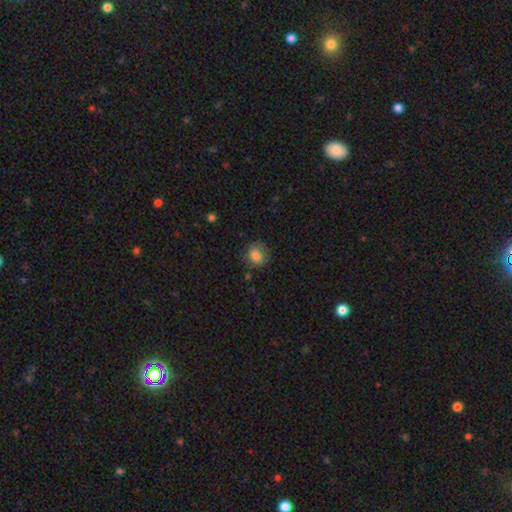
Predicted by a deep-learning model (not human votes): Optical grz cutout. It shows a smooth galaxy with no disk features (80%) that is round (66%). Merging: none (71%).